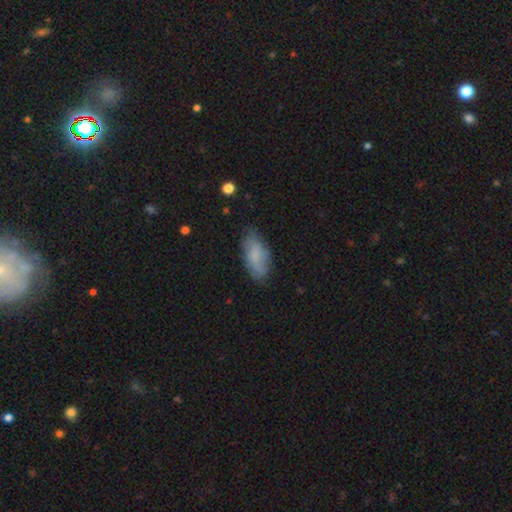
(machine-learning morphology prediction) This is likely a smooth galaxy (73%). How rounded: clearly in between (89%). Merging: likely none (72%).